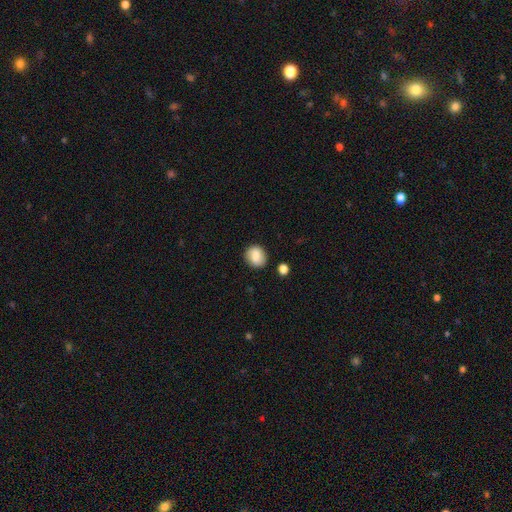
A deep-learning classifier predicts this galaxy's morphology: This is likely a smooth galaxy (76%). How rounded: likely round (76%). Merging: clearly none (82%).